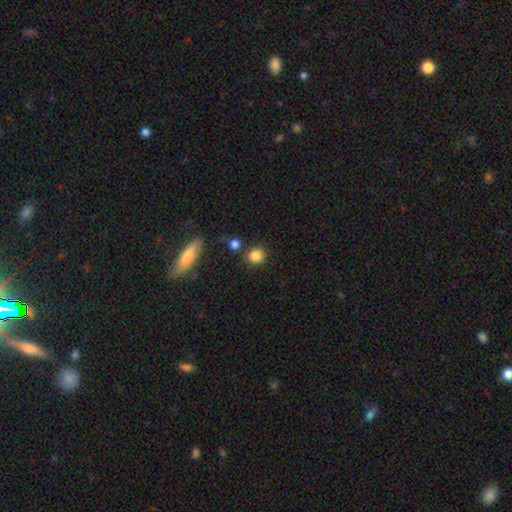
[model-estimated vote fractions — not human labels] A smooth galaxy with no disk features (85%) that is round (88%). Merging: none (83%).